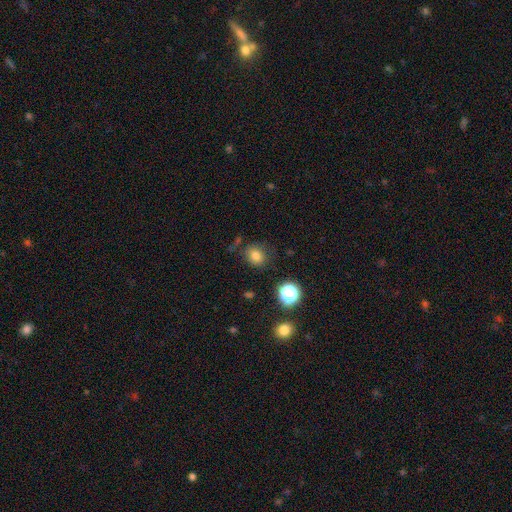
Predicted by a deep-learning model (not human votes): Smooth or featured? Predicted: smooth (p=0.78). How rounded? Predicted: round (p=0.70). Merging? Predicted: none (p=0.79).